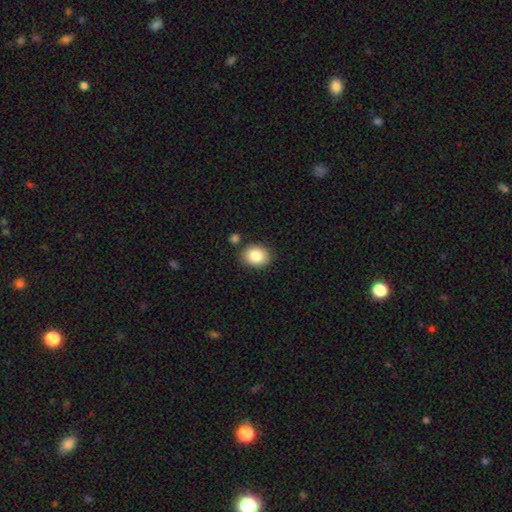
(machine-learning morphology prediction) Q: Smooth or featured?
A: smooth (84%); runner-up: star or artifact (8%)
Q: How rounded?
A: in between (58%); runner-up: round (41%)
Q: Merging?
A: none (81%); runner-up: minor disturbance (11%)